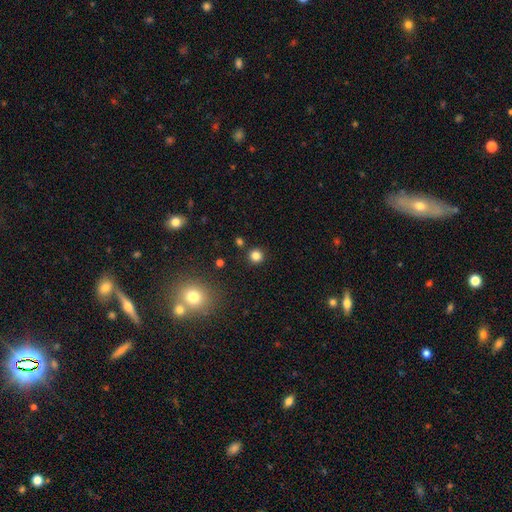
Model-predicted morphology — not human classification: type=smooth (82%); roundness=round (94%); merging=none (89%).